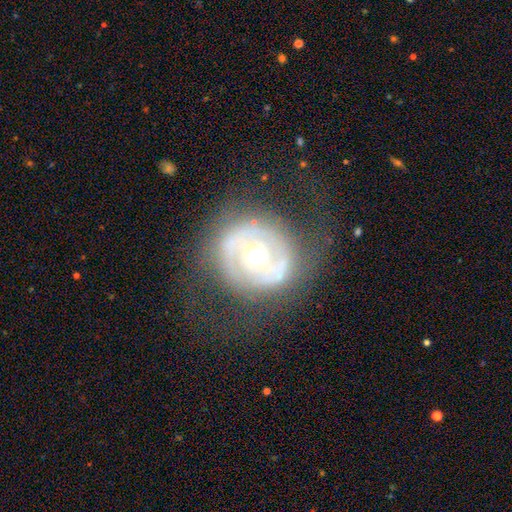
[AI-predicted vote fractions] Smooth or featured? featured or disk (71%)
Edge-on disk? no (96%)
Bar? no (65%)
Spiral arms? yes (53%)
Bulge size? moderate (73%)
Merging? none (62%)